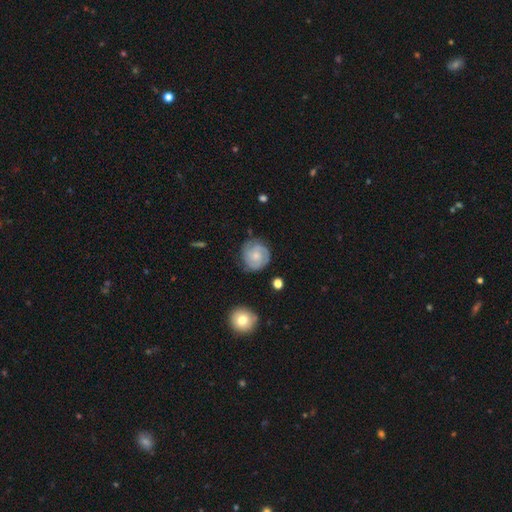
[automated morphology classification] Smooth or featured: featured or disk — 65% (smooth — 29%)
Edge-on disk: no — 98% (yes — 2%)
Bar: no — 73% (weak — 24%)
Spiral arms: yes — 90% (no — 10%)
Spiral winding: tight — 64% (medium — 29%)
Spiral arm count: 2 — 52% (can't tell — 22%)
Bulge size: small — 49% (moderate — 43%)
Merging: none — 75% (minor disturbance — 18%)